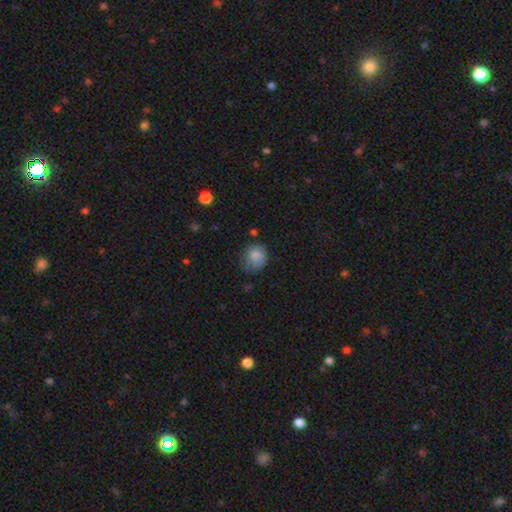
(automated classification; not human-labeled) smooth_or_featured: smooth (p=0.82) [alt: featured or disk p=0.09]
how_rounded: round (p=0.70) [alt: in between p=0.29]
merging: none (p=0.53) [alt: minor disturbance p=0.33]